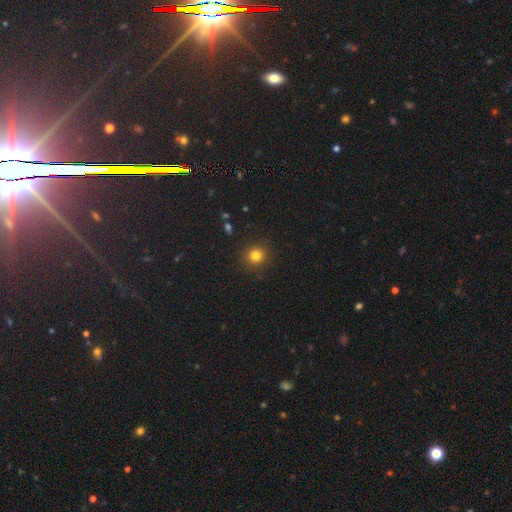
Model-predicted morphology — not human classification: This is clearly a smooth galaxy (81%). How rounded: clearly round (91%). Merging: clearly none (91%).